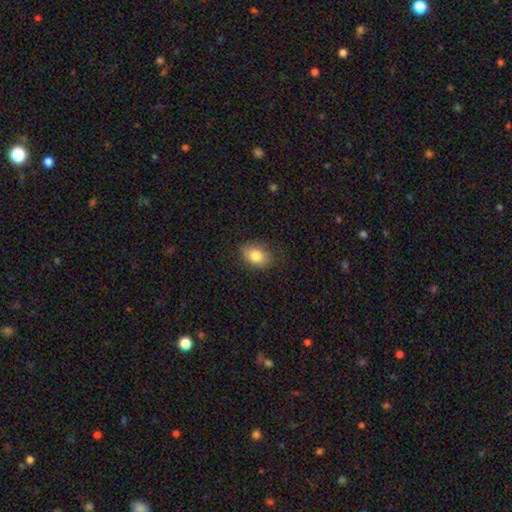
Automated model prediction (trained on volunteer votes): Q: Smooth or featured?
A: smooth (81%); runner-up: featured or disk (10%)
Q: How rounded?
A: in between (69%); runner-up: round (29%)
Q: Merging?
A: none (78%); runner-up: minor disturbance (17%)